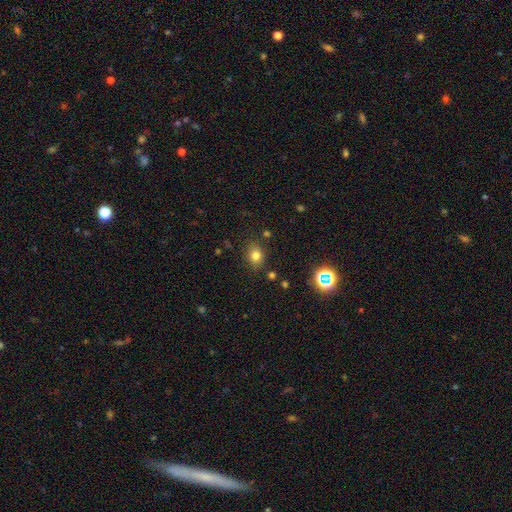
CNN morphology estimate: Smooth or featured? smooth (76%)
How rounded? in between (53%)
Merging? none (82%)